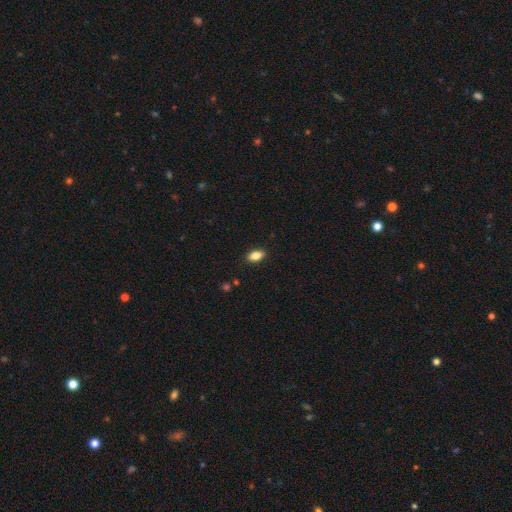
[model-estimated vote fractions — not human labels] The model was most divided on "smooth or featured": smooth: 83%, star or artifact: 9%, featured or disk: 8%. More confident: how rounded — in between (88%); merging — none (87%).